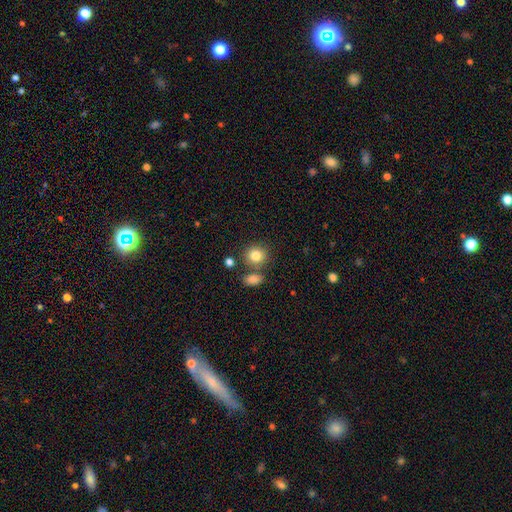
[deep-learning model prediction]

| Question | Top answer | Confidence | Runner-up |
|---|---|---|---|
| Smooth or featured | smooth | 82% | star or artifact (10%) |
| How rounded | round | 79% | in between (20%) |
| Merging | none | 69% | merger (17%) |